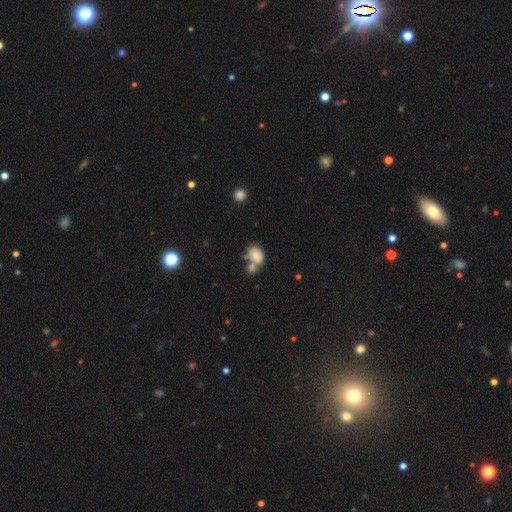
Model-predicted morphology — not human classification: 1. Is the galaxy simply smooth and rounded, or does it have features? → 80% smooth, 11% featured or disk, 9% star or artifact.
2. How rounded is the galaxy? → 70% in between, 29% round, 1% cigar-shaped.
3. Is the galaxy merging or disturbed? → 46% merger, 35% none, 14% minor disturbance, 6% major disturbance.